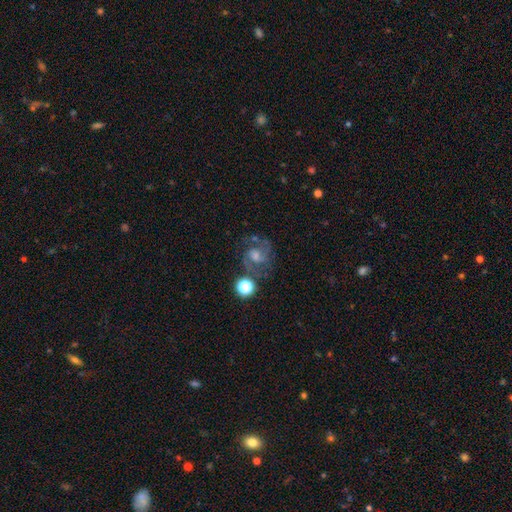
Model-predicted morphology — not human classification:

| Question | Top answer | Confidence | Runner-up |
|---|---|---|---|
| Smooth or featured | featured or disk | 73% | smooth (14%) |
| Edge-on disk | no | 98% | yes (2%) |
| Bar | weak | 46% | no (45%) |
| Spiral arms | yes | 94% | no (6%) |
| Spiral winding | medium | 55% | tight (30%) |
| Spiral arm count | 2 | 79% | can't tell (9%) |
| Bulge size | moderate | 47% | small (35%) |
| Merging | none | 68% | minor disturbance (15%) |